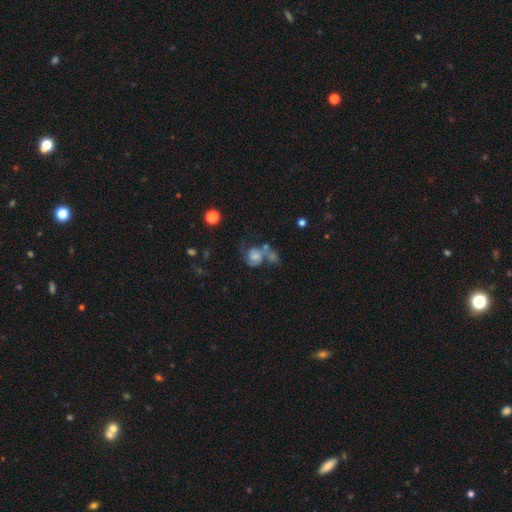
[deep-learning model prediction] smooth_or_featured: featured or disk (p=0.63) [alt: smooth p=0.27]
disk_edge_on: no (p=0.98) [alt: yes p=0.02]
bar: no (p=0.75) [alt: weak p=0.20]
has_spiral_arms: yes (p=0.85) [alt: no p=0.15]
spiral_winding: medium (p=0.44) [alt: loose p=0.31]
spiral_arm_count: 2 (p=0.72) [alt: 1 p=0.14]
bulge_size: moderate (p=0.30) [alt: small p=0.22]
merging: merger (p=0.31) [alt: none p=0.28]